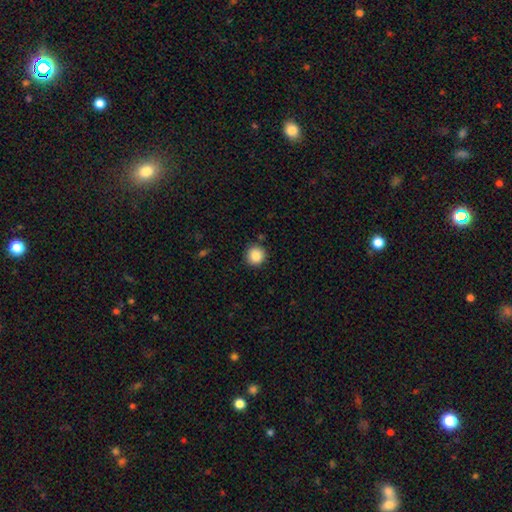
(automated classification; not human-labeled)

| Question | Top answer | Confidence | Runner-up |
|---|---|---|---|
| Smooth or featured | smooth | 86% | star or artifact (9%) |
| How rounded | round | 94% | in between (5%) |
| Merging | none | 90% | minor disturbance (6%) |